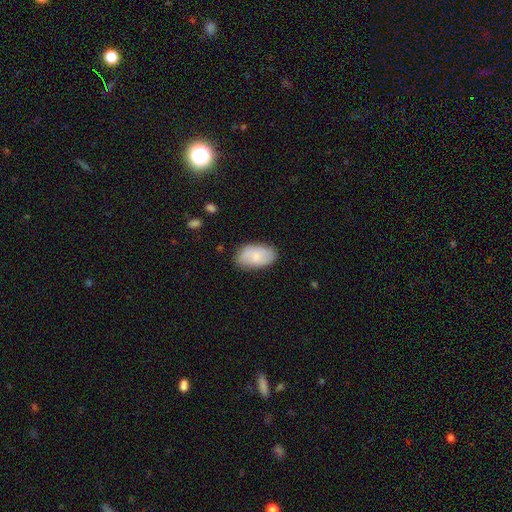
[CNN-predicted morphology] This is likely a smooth galaxy (68%). How rounded: clearly in between (93%). Merging: likely none (79%).